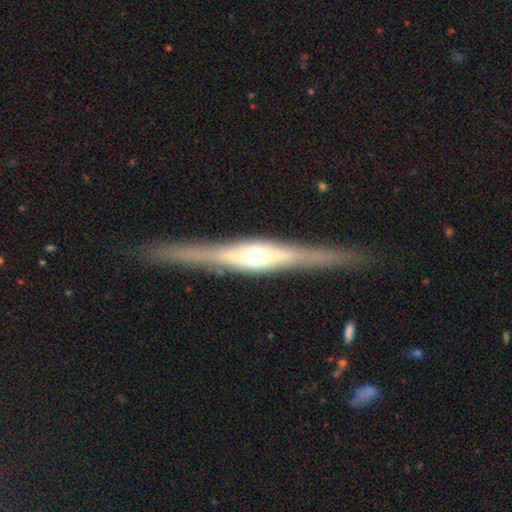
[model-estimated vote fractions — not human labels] Morphology: type=featured or disk (73%); edge-on=yes (96%); edge-on bulge=rounded (91%); merging=none (85%).